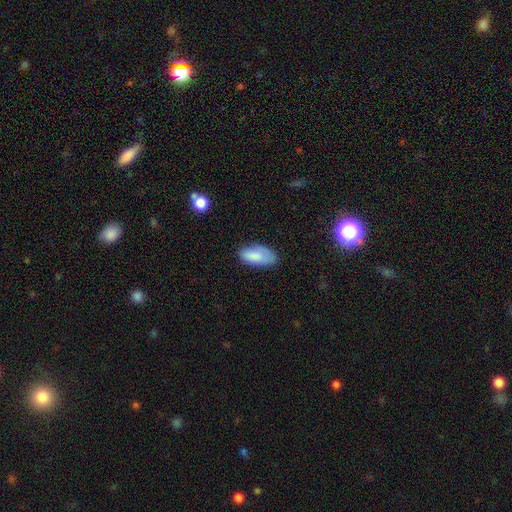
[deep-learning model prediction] smooth-or-featured: smooth: 85% | featured or disk: 8% | star or artifact: 7%
  how-rounded: in between: 91% | cigar-shaped: 6% | round: 2%
  merging: none: 70% | minor disturbance: 24% | major disturbance: 5% | merger: 1%